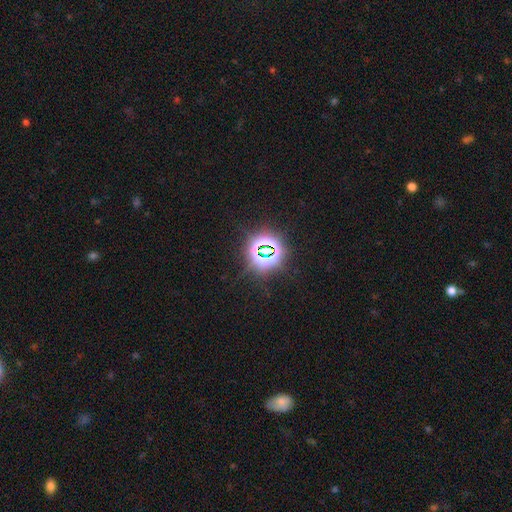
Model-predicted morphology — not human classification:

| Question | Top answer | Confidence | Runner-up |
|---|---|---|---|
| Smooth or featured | star or artifact | 80% | smooth (13%) |